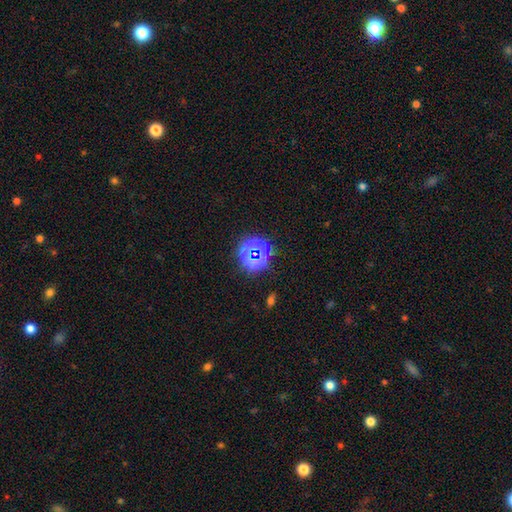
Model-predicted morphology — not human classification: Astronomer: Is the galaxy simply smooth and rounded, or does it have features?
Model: star or artifact — 70%.